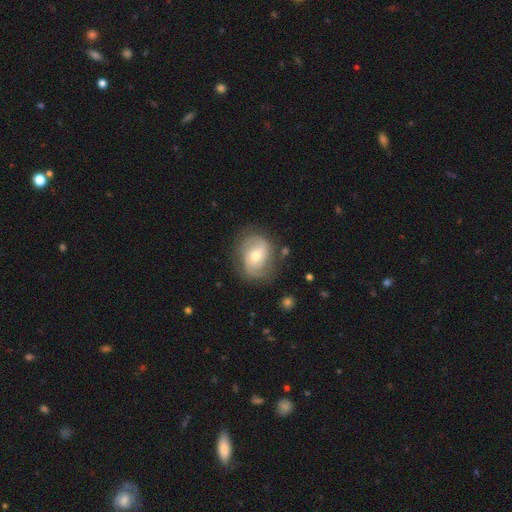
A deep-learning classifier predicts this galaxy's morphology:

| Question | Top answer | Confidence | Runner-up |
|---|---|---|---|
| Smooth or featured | featured or disk | 72% | smooth (21%) |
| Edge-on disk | no | 97% | yes (3%) |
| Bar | no | 59% | weak (32%) |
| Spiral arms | yes | 89% | no (11%) |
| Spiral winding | medium | 43% | tight (35%) |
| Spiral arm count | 2 | 72% | can't tell (14%) |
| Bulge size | moderate | 58% | small (36%) |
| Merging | none | 71% | minor disturbance (19%) |